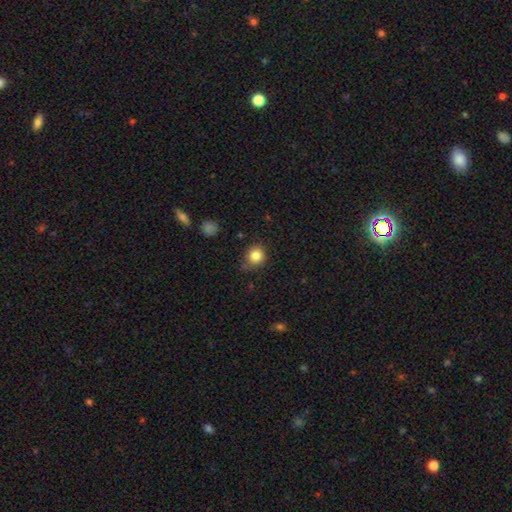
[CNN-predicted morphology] Smooth or featured: smooth — 84% (star or artifact — 11%)
How rounded: round — 87% (in between — 12%)
Merging: none — 78% (minor disturbance — 16%)